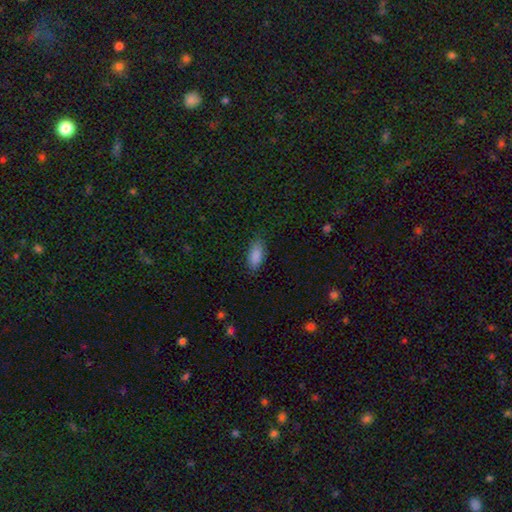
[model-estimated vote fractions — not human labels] The model was most divided on "merging": none: 83%, minor disturbance: 13%, major disturbance: 3%, merger: 1%. More confident: smooth or featured — smooth (88%); how rounded — in between (88%).